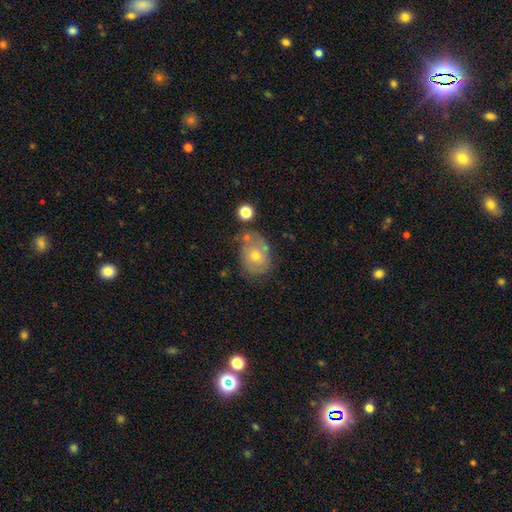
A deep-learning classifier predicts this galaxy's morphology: type=smooth (50%); merging=none (49%).